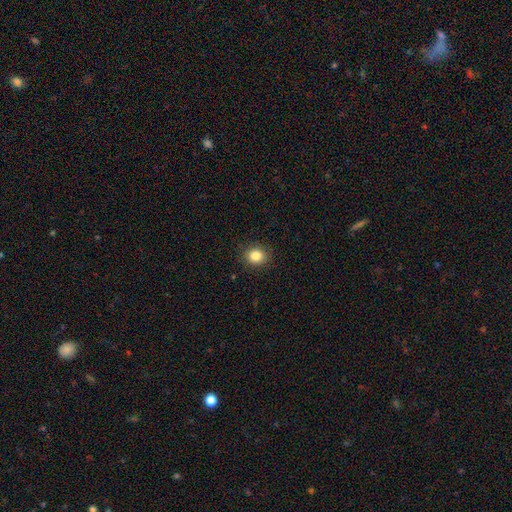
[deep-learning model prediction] This is clearly a smooth galaxy (85%). How rounded: likely round (75%). Merging: clearly none (90%).